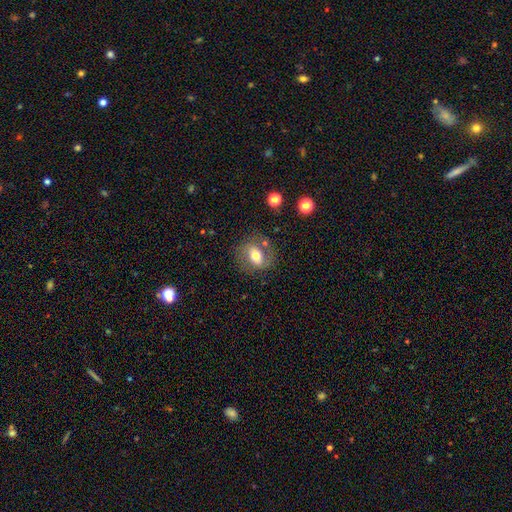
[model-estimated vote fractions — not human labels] smooth_or_featured: featured or disk (p=0.45) [tied with: smooth p=0.45]
merging: none (p=0.66) [alt: minor disturbance p=0.18]